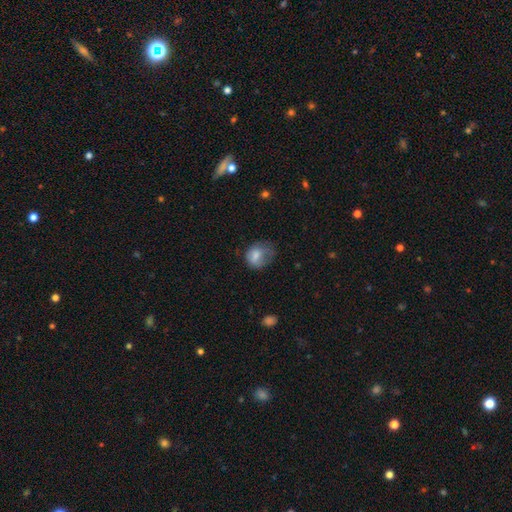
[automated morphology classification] A smooth galaxy with no disk features (75%) that is in between round and cigar-shaped (50%).

Vote fractions:
- Smooth or featured? smooth: 75% / featured or disk: 17% / star or artifact: 9%
- How rounded? in between: 50% / round: 49% / cigar-shaped: 1%
- Merging? none: 34% (tied) / minor disturbance: 34% (tied) / major disturbance: 29% / merger: 2%